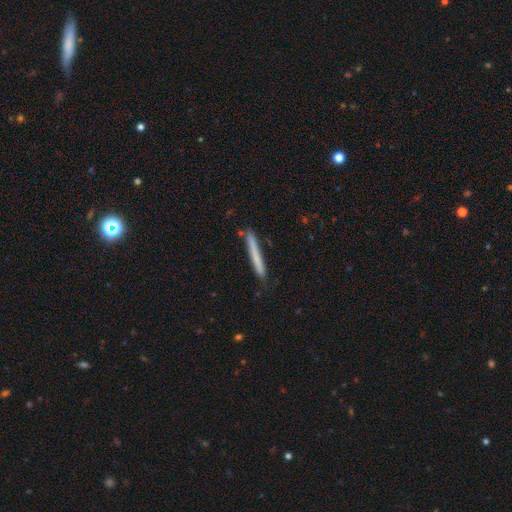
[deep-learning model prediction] Q: Smooth or featured?
A: smooth (68%); runner-up: featured or disk (26%)
Q: How rounded?
A: cigar-shaped (97%); runner-up: in between (2%)
Q: Merging?
A: none (85%); runner-up: minor disturbance (11%)